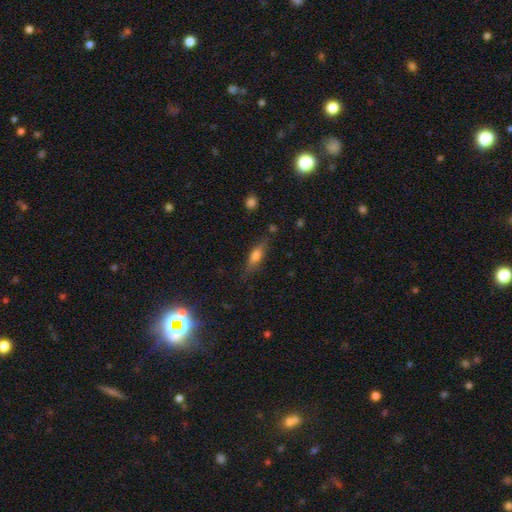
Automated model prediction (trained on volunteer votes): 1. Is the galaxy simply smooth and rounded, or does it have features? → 59% smooth, 32% featured or disk, 9% star or artifact.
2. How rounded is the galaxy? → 49% cigar-shaped, 47% in between, 3% round.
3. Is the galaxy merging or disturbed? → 76% none, 17% minor disturbance, 5% major disturbance, 2% merger.